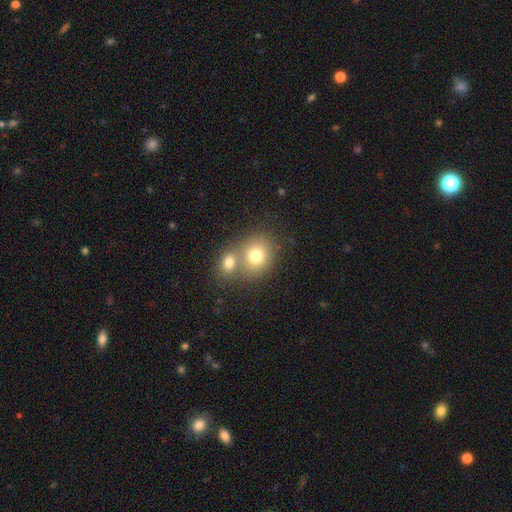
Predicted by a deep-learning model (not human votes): Smooth or featured? smooth (76%)
How rounded? round (69%)
Merging? merger (50%)